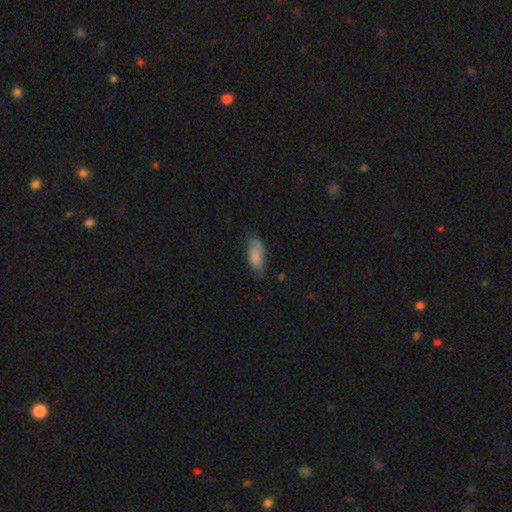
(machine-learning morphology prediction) Smooth or featured? Predicted: smooth (p=0.81). How rounded? Predicted: in between (p=0.89). Merging? Predicted: none (p=0.60).